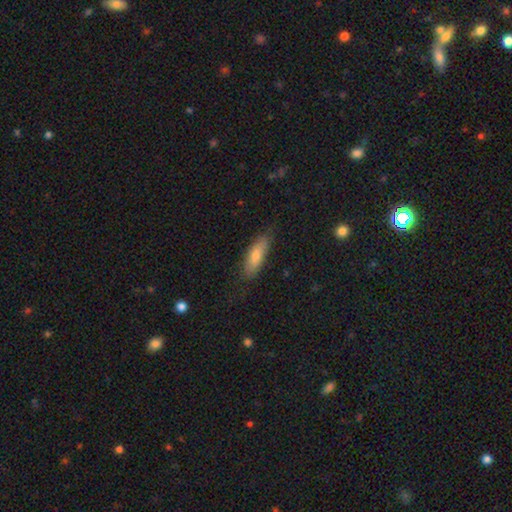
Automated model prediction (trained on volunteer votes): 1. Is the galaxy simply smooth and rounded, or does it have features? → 74% smooth, 19% featured or disk, 6% star or artifact.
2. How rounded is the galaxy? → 52% in between, 46% cigar-shaped, 2% round.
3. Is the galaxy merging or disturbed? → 78% none, 17% minor disturbance, 4% major disturbance, 1% merger.